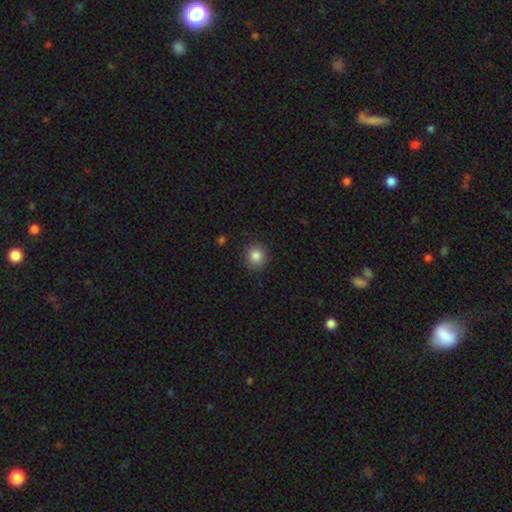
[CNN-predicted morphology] type=smooth (85%); roundness=round (90%); merging=none (90%).